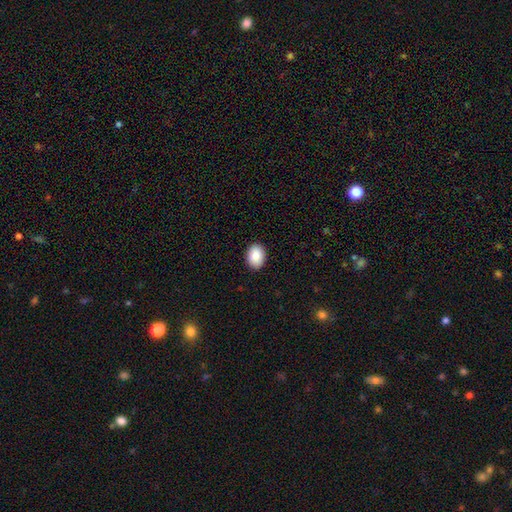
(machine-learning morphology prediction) smooth 86%, star or artifact 7%, featured or disk 7%. Down the decision tree: how rounded — in between (73%); merging — none (91%).